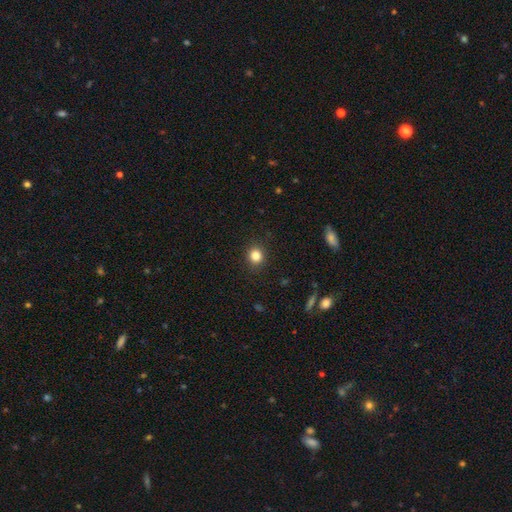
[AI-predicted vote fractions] smooth-or-featured: smooth: 84% | star or artifact: 12% | featured or disk: 5%
  how-rounded: round: 82% | in between: 17% | cigar-shaped: 1%
  merging: none: 89% | minor disturbance: 7% | major disturbance: 2% | merger: 1%